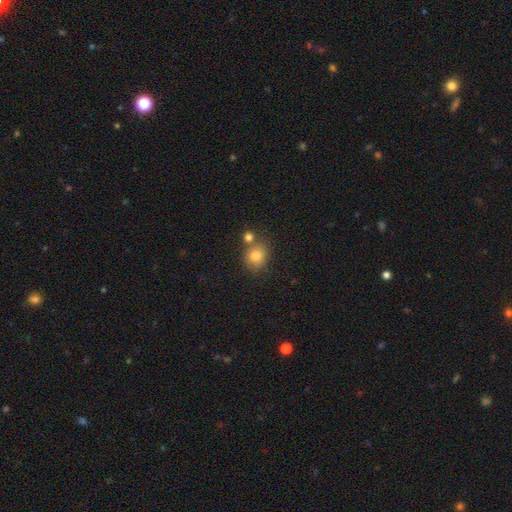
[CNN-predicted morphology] smooth_or_featured: smooth (p=0.82) [alt: star or artifact p=0.10]
how_rounded: round (p=0.68) [alt: in between p=0.31]
merging: none (p=0.58) [alt: merger p=0.24]